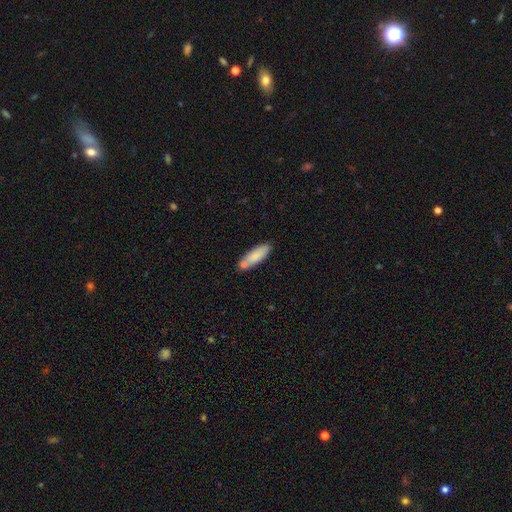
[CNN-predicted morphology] A smooth galaxy with no disk features (81%) that is in between round and cigar-shaped (51%). Merging: none (67%).